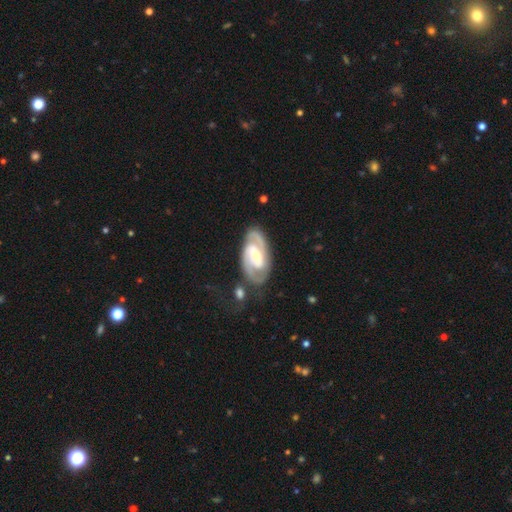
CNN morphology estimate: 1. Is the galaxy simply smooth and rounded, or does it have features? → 86% featured or disk, 10% smooth, 4% star or artifact.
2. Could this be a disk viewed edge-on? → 96% no, 4% yes.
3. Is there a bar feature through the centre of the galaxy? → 41% weak, 39% strong, 20% no.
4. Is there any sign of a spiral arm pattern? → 95% yes, 5% no.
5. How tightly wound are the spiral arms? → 47% tight, 43% medium, 10% loose.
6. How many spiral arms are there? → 85% 2, 6% can't tell, 4% 3, 2% 1, 1% 4, 1% more than 4.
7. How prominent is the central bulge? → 50% small, 42% moderate, 5% large, 2% none, 1% dominant.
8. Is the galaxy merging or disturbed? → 75% none, 15% minor disturbance, 6% major disturbance, 5% merger.